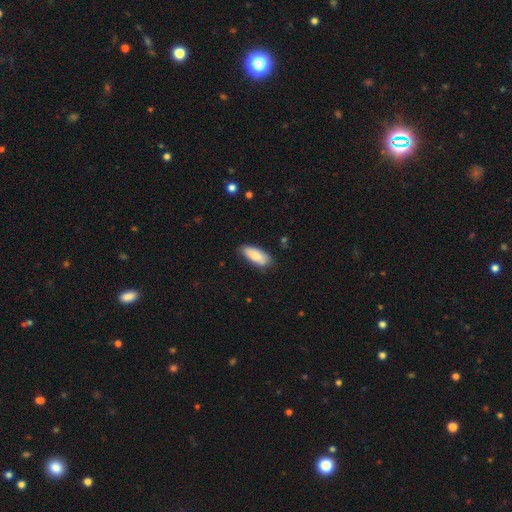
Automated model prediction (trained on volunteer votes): A smooth galaxy with no disk features (83%) that is in between round and cigar-shaped (81%). Merging: none (78%).